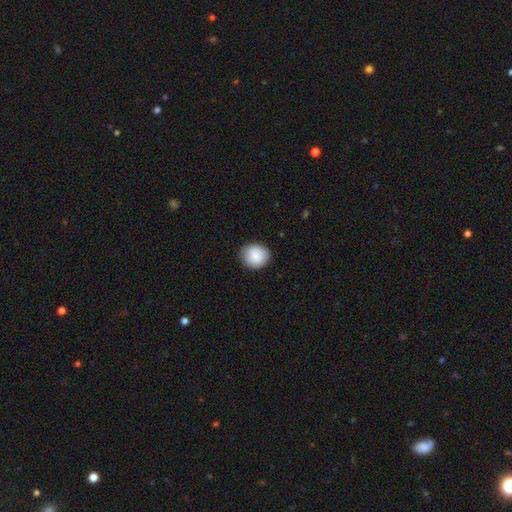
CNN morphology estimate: A smooth galaxy with no disk features (87%) that is round (82%). Merging: none (85%).